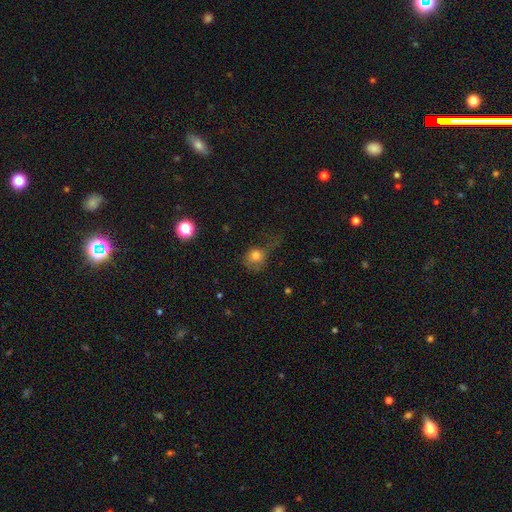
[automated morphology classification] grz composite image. It shows a smooth galaxy with no disk features (75%) that is round (79%). Merging: major disturbance (37%).